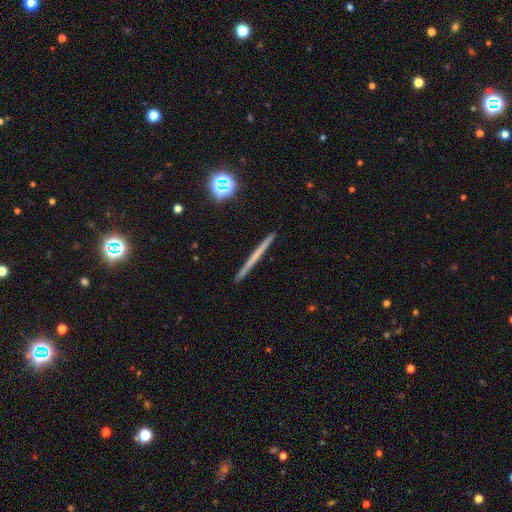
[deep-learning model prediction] Overall: featured or disk (49%; smooth 42%). Merging: none (92%).